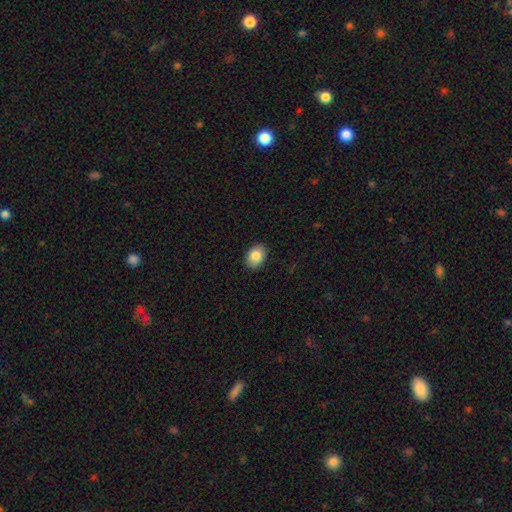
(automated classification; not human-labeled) Morphology: type=smooth (85%); roundness=in between (70%); merging=none (89%).